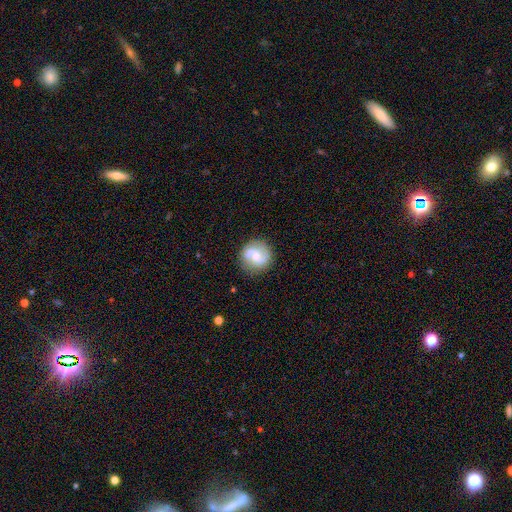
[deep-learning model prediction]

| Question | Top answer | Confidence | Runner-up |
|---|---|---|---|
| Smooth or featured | featured or disk | 59% | smooth (34%) |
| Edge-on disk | no | 98% | yes (2%) |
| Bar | no | 55% | weak (38%) |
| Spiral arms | yes | 87% | no (13%) |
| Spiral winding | medium | 45% | loose (31%) |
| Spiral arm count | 2 | 85% | can't tell (8%) |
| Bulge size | moderate | 50% | small (44%) |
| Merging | none | 82% | minor disturbance (12%) |